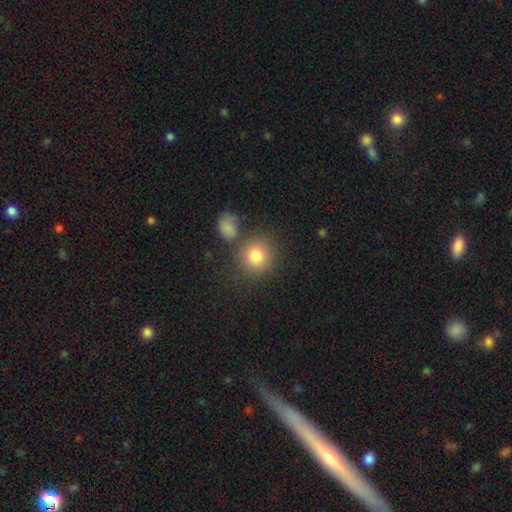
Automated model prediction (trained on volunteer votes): smooth 81%, star or artifact 11%, featured or disk 8%. Down the decision tree: how rounded — round (87%); merging — none (74%).